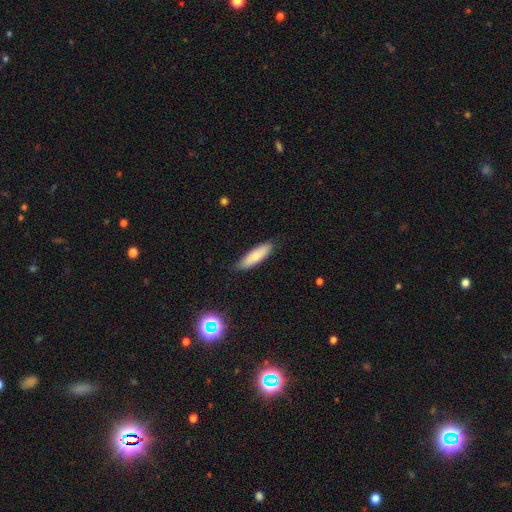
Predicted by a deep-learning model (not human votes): Smooth or featured?
  - smooth: 78% *
  - featured or disk: 16%
  - star or artifact: 6%
How rounded?
  - cigar-shaped: 55% *
  - in between: 44%
  - round: 2%
Merging?
  - none: 80% *
  - minor disturbance: 16%
  - major disturbance: 3%
  - merger: 1%